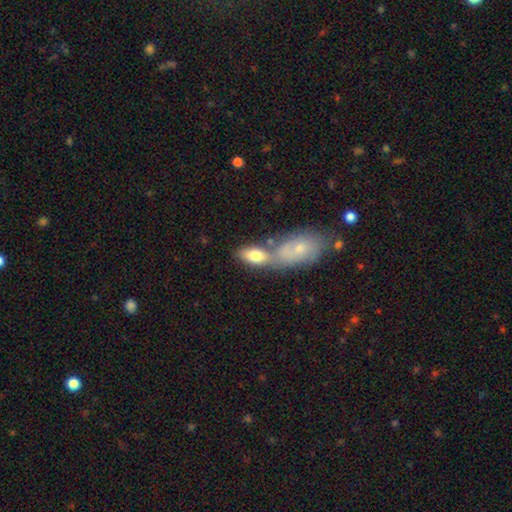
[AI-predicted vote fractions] Smooth or featured: smooth — 75% (featured or disk — 18%)
How rounded: in between — 88% (cigar-shaped — 7%)
Merging: merger — 48% (none — 35%)